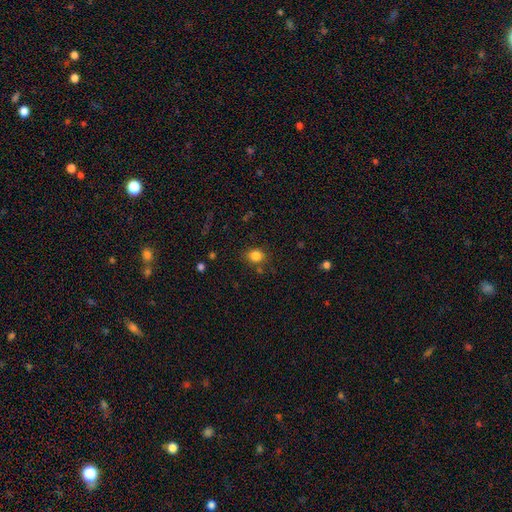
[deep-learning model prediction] Overall: smooth (82%). How rounded: round (65%; in between 34%). Merging: none (78%).